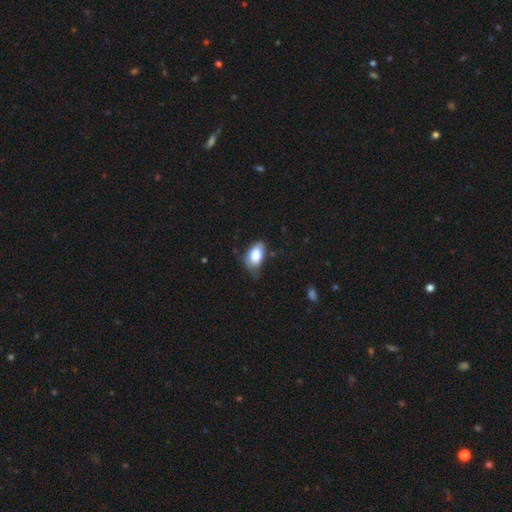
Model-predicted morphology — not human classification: This is likely a smooth galaxy (78%). How rounded: clearly in between (91%). Merging: marginally none (43%).